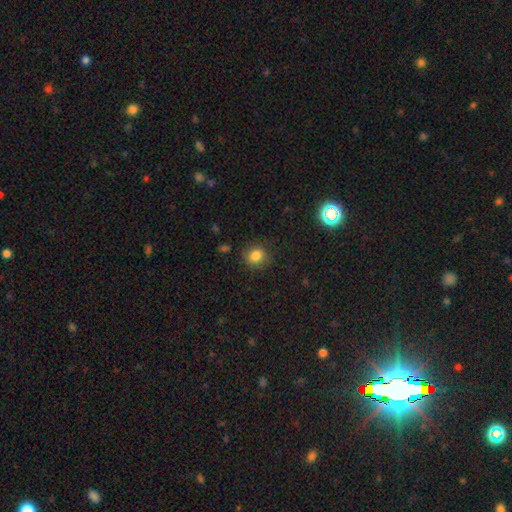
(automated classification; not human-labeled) The model was most divided on "how rounded": round: 78%, in between: 21%, cigar-shaped: 1%. More confident: merging — none (83%); smooth or featured — smooth (83%).